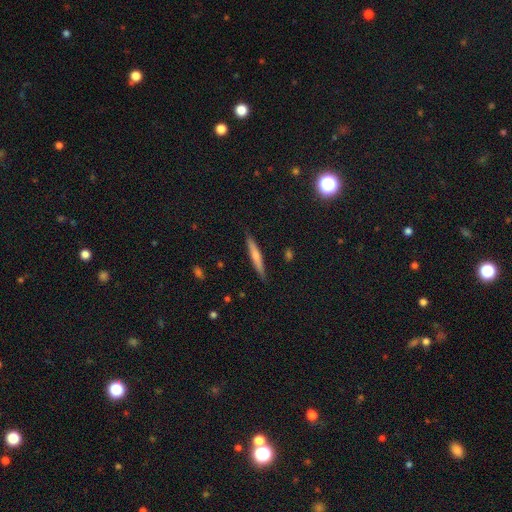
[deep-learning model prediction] Smooth or featured?
  - smooth: 54% *
  - featured or disk: 40%
  - star or artifact: 6%
How rounded?
  - cigar-shaped: 94% *
  - in between: 5%
  - round: 2%
Merging?
  - none: 88% *
  - minor disturbance: 9%
  - major disturbance: 2%
  - merger: 1%